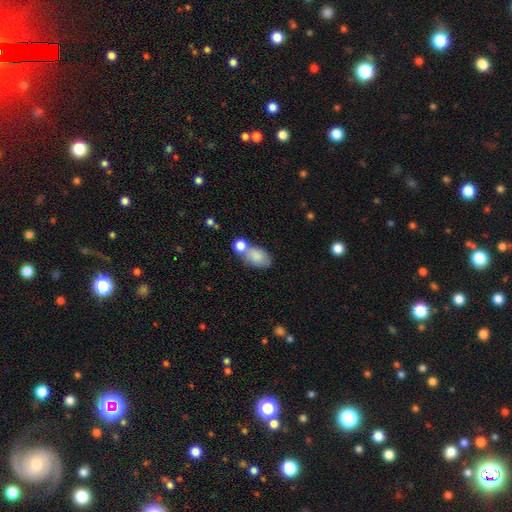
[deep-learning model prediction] This appears to be a smooth galaxy with no disk features (82%) that is in between round and cigar-shaped (86%). Merging: none (42%).